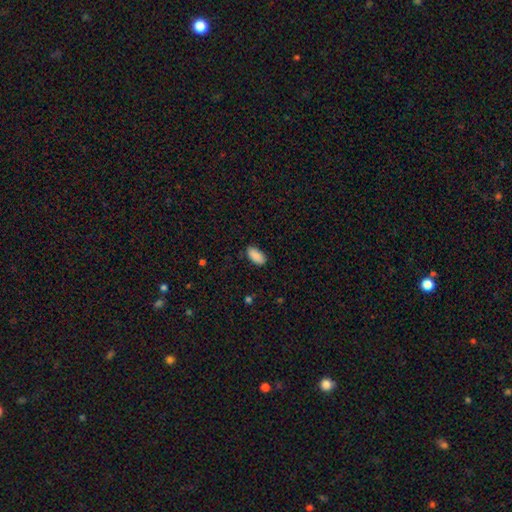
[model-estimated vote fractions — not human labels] Smooth or featured?
  - smooth: 90% *
  - star or artifact: 7%
  - featured or disk: 4%
How rounded?
  - in between: 92% *
  - cigar-shaped: 6%
  - round: 2%
Merging?
  - none: 84% *
  - minor disturbance: 13%
  - major disturbance: 3%
  - merger: 1%